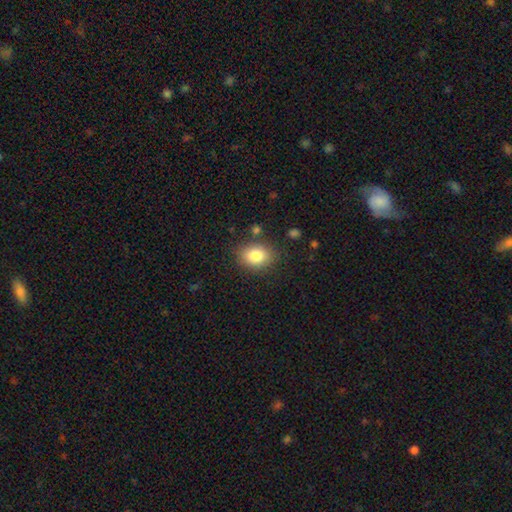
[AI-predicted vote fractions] The model was most divided on "how rounded": in between: 64%, round: 35%, cigar-shaped: 1%. More confident: smooth or featured — smooth (83%); merging — none (82%).